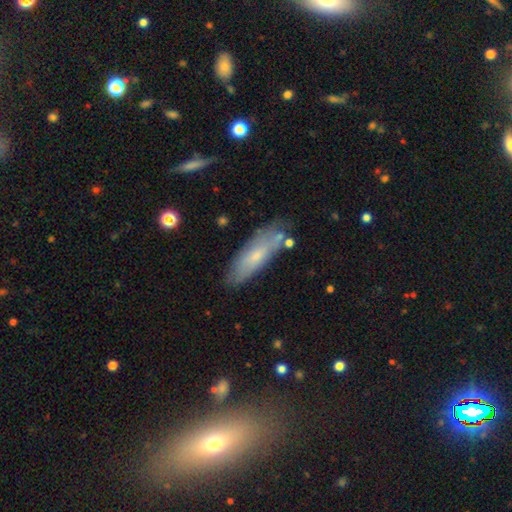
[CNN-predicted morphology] smooth 61%, featured or disk 33%, star or artifact 6%. Down the decision tree: how rounded — in between (54%); merging — none (73%).